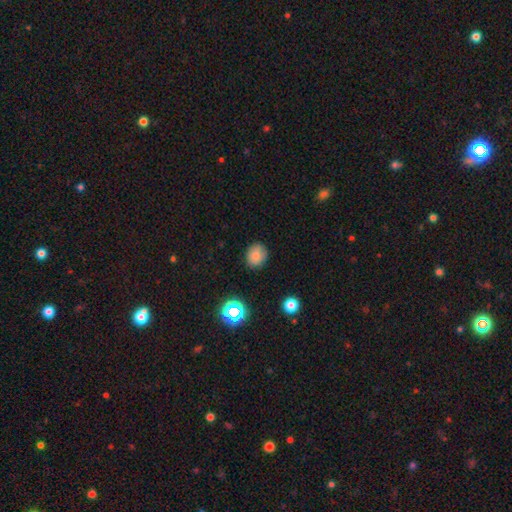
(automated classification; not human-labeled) The model was most divided on "how rounded": round: 71%, in between: 28%, cigar-shaped: 1%. More confident: merging — none (85%); smooth or featured — smooth (80%).